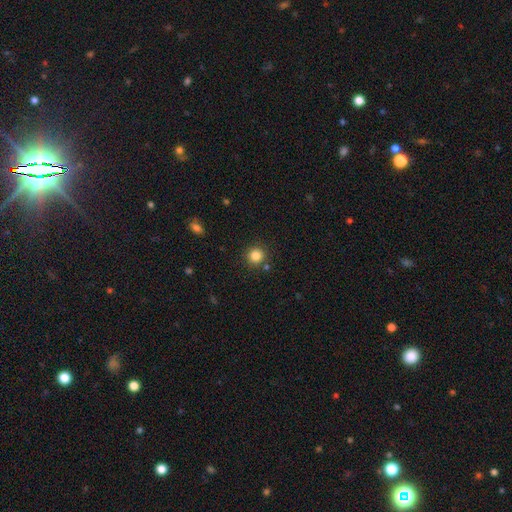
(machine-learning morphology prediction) Overall: smooth (84%). How rounded: round (93%). Merging: none (87%).